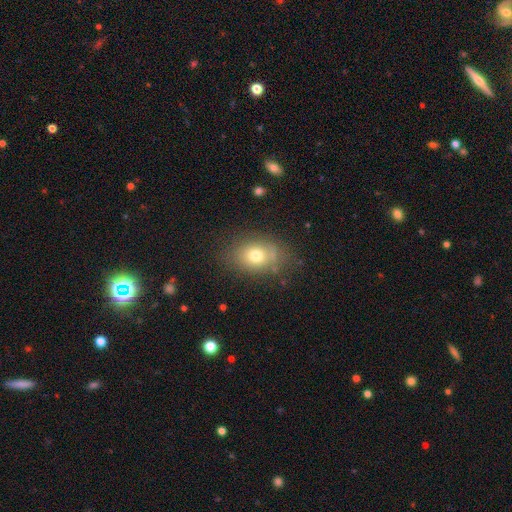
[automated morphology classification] Smooth or featured: smooth — 72% (featured or disk — 16%)
How rounded: in between — 66% (round — 32%)
Merging: none — 71% (minor disturbance — 19%)